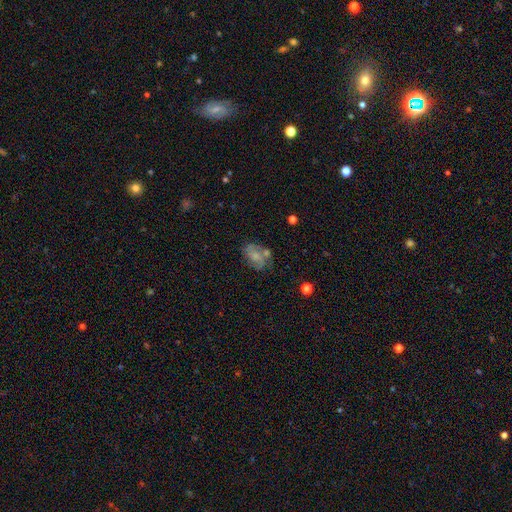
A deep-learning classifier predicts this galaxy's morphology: Smooth or featured? Predicted: featured or disk (p=0.50). Merging? Predicted: none (p=0.47).